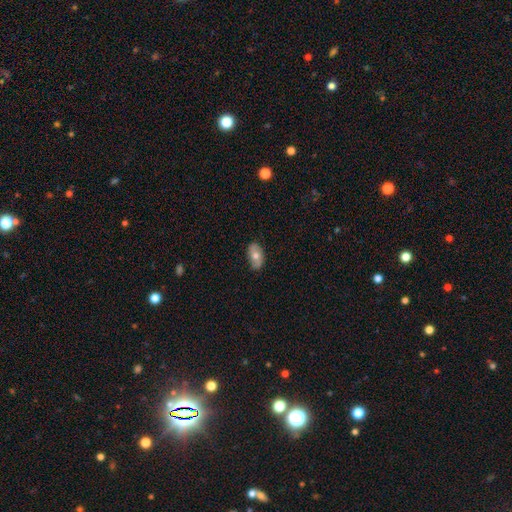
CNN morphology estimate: A smooth galaxy with no disk features (62%) that is in between round and cigar-shaped (92%). Merging: none (82%).